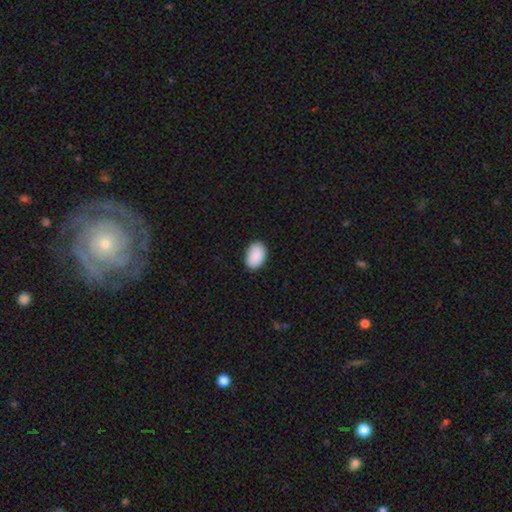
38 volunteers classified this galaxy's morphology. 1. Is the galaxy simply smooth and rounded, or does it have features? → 87% smooth, 11% featured or disk, 3% star or artifact.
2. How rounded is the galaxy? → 91% in between, 9% round, 0% cigar-shaped.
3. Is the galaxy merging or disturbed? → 86% none, 8% minor disturbance, 3% major disturbance, 3% merger.